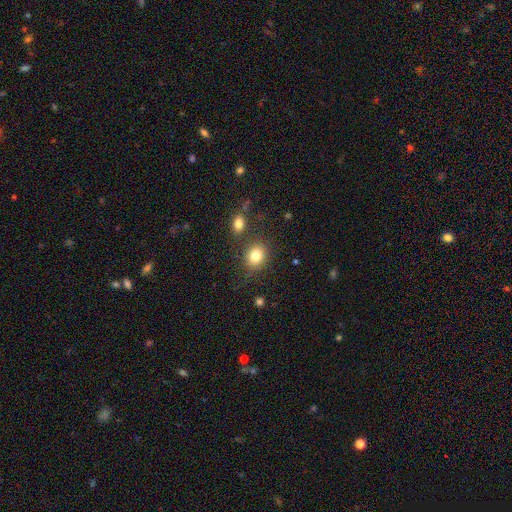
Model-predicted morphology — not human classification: Smooth or featured: smooth — 82% (star or artifact — 10%)
How rounded: round — 61% (in between — 38%)
Merging: none — 78% (minor disturbance — 11%)